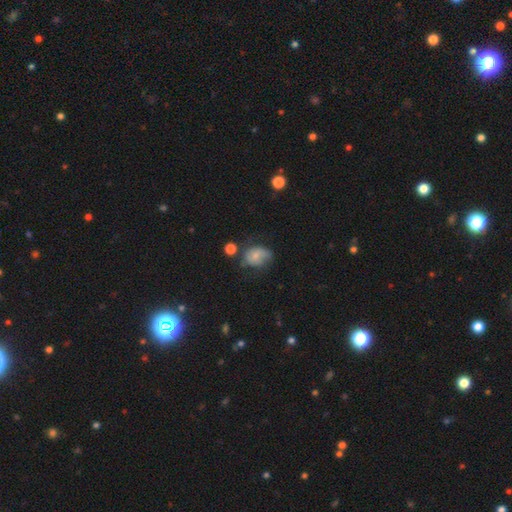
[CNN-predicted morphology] smooth-or-featured: smooth: 61% | featured or disk: 28% | star or artifact: 10%
  how-rounded: in between: 61% | round: 38% | cigar-shaped: 1%
  merging: none: 39% | minor disturbance: 35% | major disturbance: 20% | merger: 7%